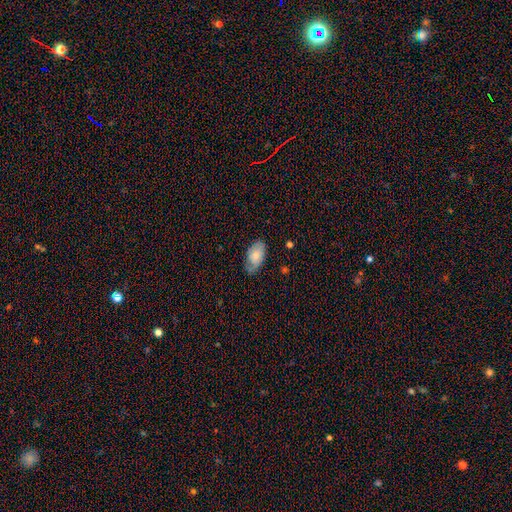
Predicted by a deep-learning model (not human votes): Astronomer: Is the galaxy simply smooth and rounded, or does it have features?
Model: smooth — 71%.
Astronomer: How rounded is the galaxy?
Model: in between — 94%.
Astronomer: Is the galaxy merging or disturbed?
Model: none — 65%.